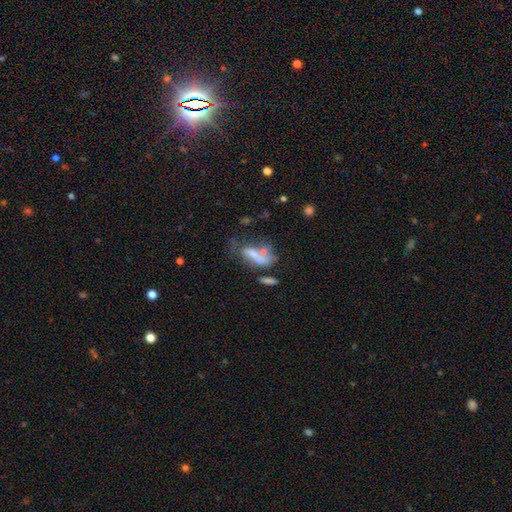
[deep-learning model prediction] smooth 52%, featured or disk 35%, star or artifact 13%. Down the decision tree: how rounded — in between (68%); merging — merger (34%).